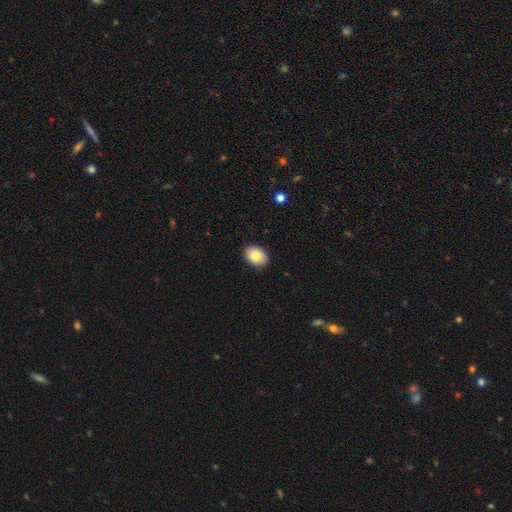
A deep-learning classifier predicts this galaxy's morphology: This is clearly a smooth galaxy (86%). How rounded: likely in between (77%). Merging: clearly none (90%).